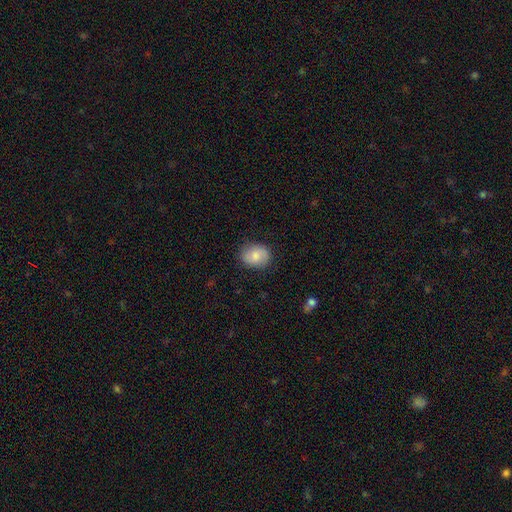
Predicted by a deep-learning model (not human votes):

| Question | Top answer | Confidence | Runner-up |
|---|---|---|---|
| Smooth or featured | smooth | 78% | featured or disk (15%) |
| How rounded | in between | 51% | round (48%) |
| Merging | none | 82% | minor disturbance (13%) |